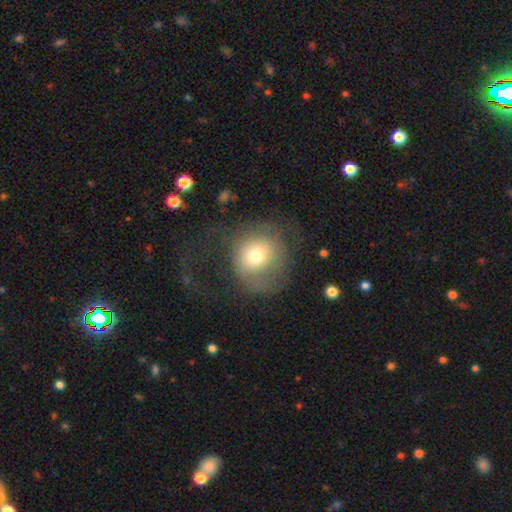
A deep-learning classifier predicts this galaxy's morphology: Q: Smooth or featured?
A: smooth (64%); runner-up: featured or disk (25%)
Q: How rounded?
A: round (82%); runner-up: in between (17%)
Q: Merging?
A: major disturbance (43%); runner-up: none (37%)